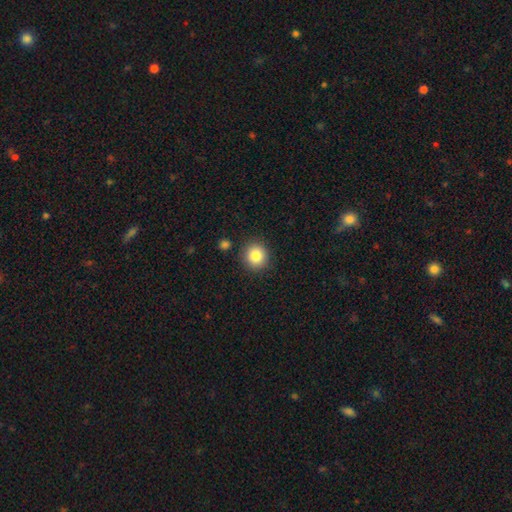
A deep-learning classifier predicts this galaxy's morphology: smooth_or_featured: smooth (p=0.84) [alt: star or artifact p=0.10]
how_rounded: round (p=0.91) [alt: in between p=0.08]
merging: none (p=0.88) [alt: minor disturbance p=0.07]